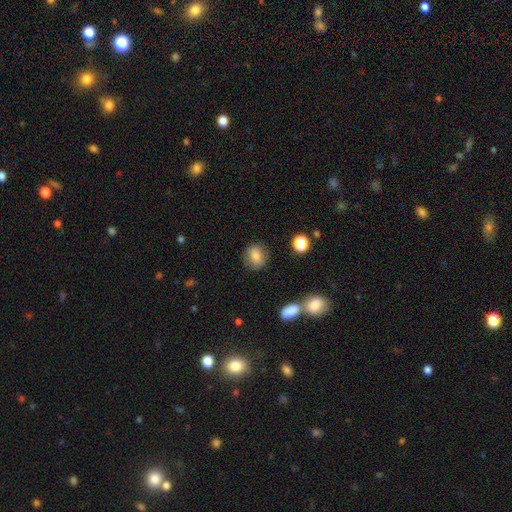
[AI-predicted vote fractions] Smooth or featured? smooth (81%)
How rounded? round (64%)
Merging? none (82%)